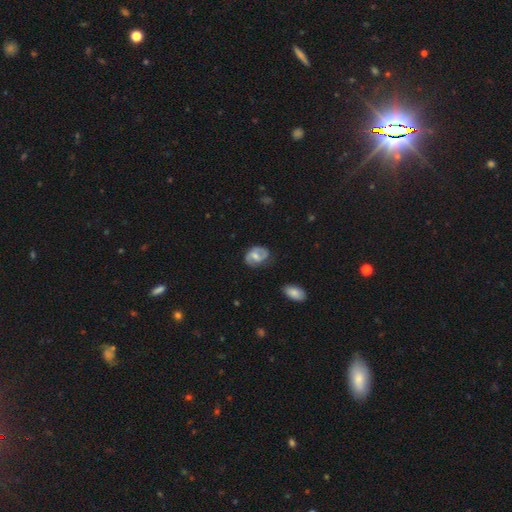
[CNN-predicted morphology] Smooth or featured? featured or disk (64%)
Edge-on disk? no (97%)
Bar? weak (49%)
Spiral arms? yes (84%)
Spiral winding? medium (46%)
Spiral arm count? 2 (84%)
Bulge size? moderate (59%)
Merging? none (74%)